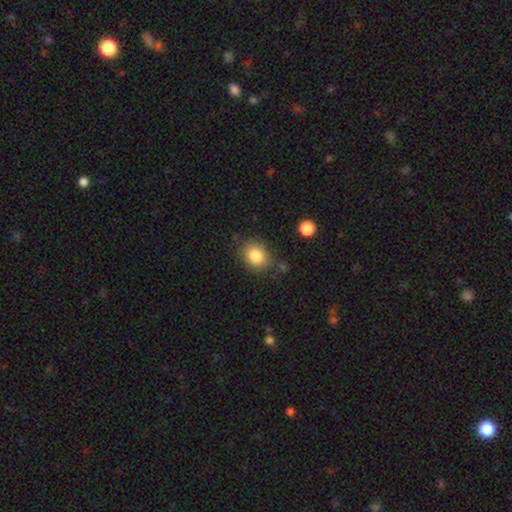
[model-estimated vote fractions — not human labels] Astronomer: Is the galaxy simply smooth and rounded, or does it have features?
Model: smooth — 84%.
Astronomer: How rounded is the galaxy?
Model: in between — 56% (runner-up: round, 43%).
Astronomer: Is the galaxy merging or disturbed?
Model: none — 77%.